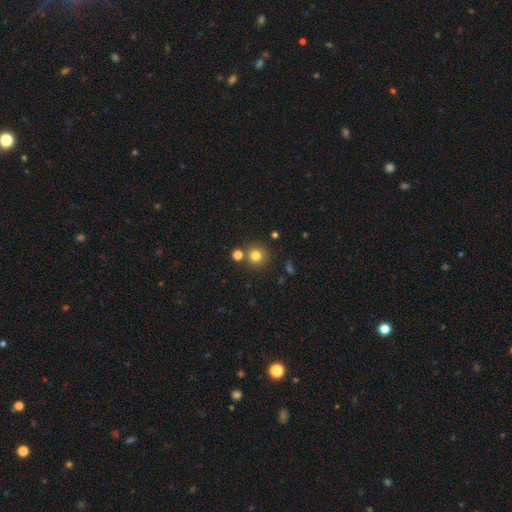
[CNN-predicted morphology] This appears to be a smooth galaxy with no disk features (79%) that is round (93%). Merging: none (79%).